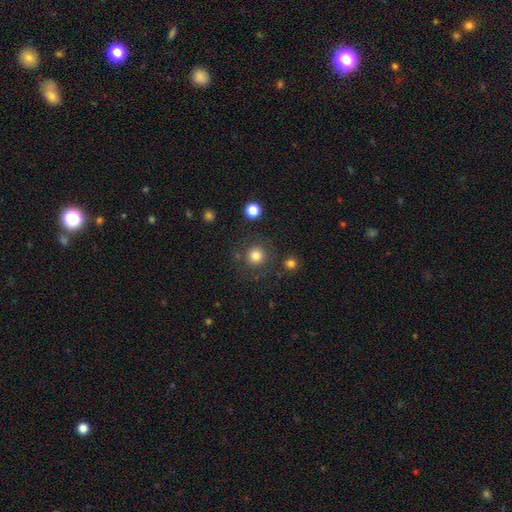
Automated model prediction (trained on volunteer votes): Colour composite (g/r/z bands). It shows a smooth galaxy with no disk features (81%) that is round (94%). Merging: none (83%).